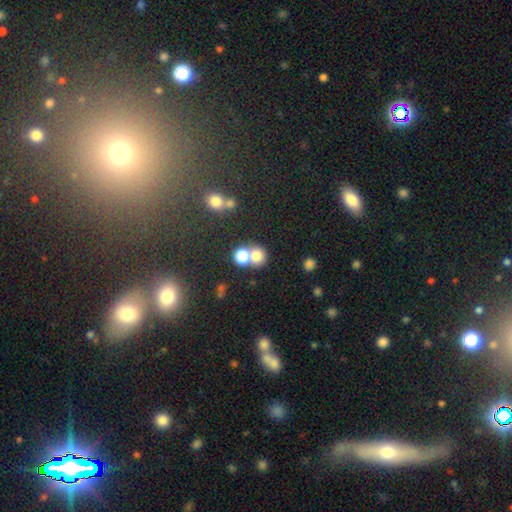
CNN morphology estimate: smooth-or-featured: smooth: 72% | star or artifact: 18% | featured or disk: 10%
  how-rounded: round: 82% | in between: 17% | cigar-shaped: 1%
  merging: none: 51% | merger: 37% | minor disturbance: 8% | major disturbance: 4%